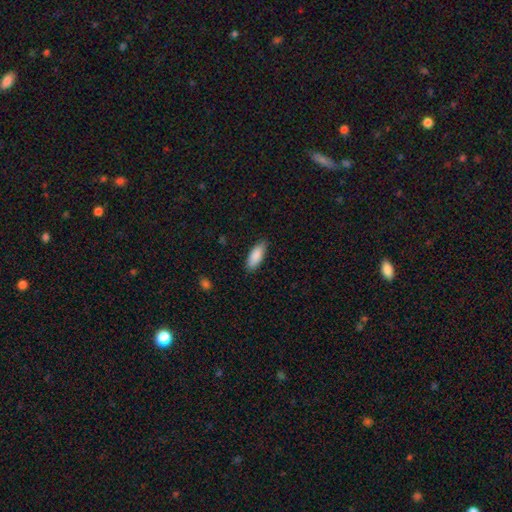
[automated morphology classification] A smooth galaxy with no disk features (89%) that is in between round and cigar-shaped (79%). Merging: none (85%).